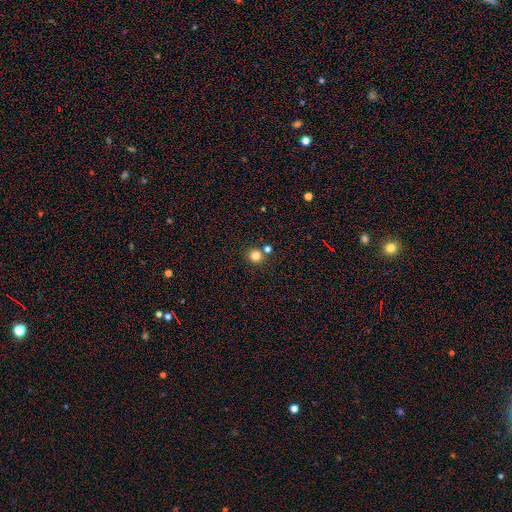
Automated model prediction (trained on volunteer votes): Smooth or featured?
  - smooth: 82% *
  - star or artifact: 13%
  - featured or disk: 5%
How rounded?
  - round: 93% *
  - in between: 6%
  - cigar-shaped: 1%
Merging?
  - none: 76% *
  - merger: 14%
  - minor disturbance: 7%
  - major disturbance: 2%